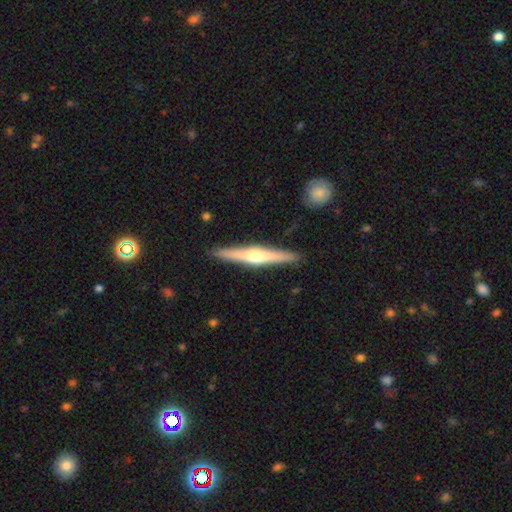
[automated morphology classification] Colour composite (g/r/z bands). It shows a featured or disk galaxy (68%) viewed edge-on (98%) with a rounded central bulge (89%). Merging: none (91%).